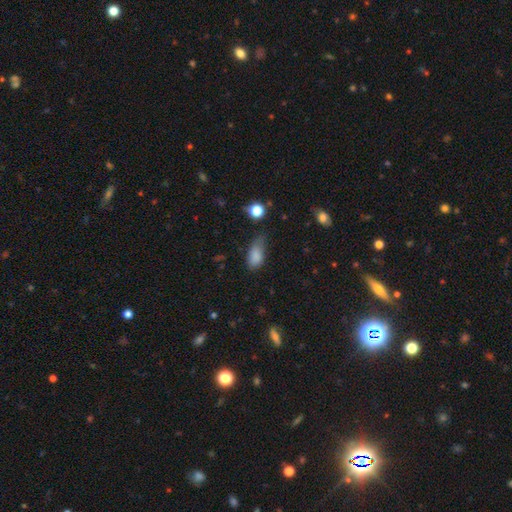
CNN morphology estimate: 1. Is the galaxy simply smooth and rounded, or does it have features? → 82% smooth, 11% star or artifact, 7% featured or disk.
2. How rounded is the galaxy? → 87% in between, 7% round, 6% cigar-shaped.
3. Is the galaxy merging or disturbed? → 41% minor disturbance, 38% none, 17% major disturbance, 4% merger.